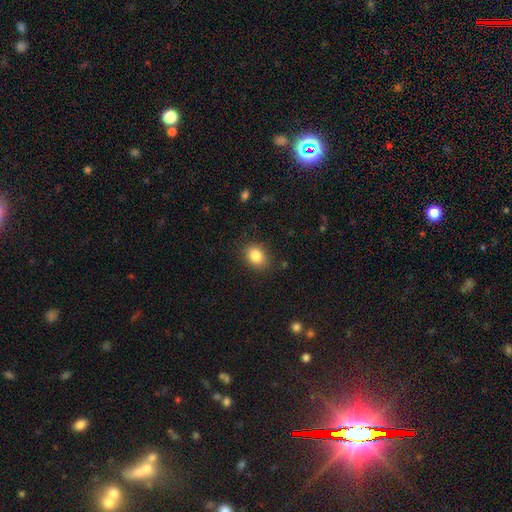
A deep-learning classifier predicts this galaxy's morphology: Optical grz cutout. It shows a smooth galaxy with no disk features (84%) that is in between round and cigar-shaped (53%). Merging: none (85%).